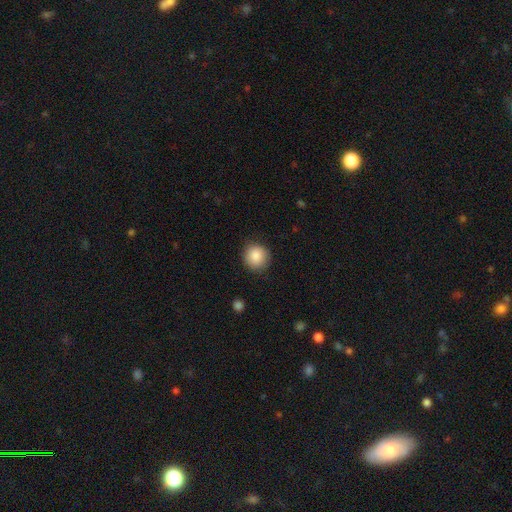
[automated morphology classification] Smooth or featured: smooth — 87% (star or artifact — 8%)
How rounded: round — 90% (in between — 9%)
Merging: none — 87% (minor disturbance — 10%)